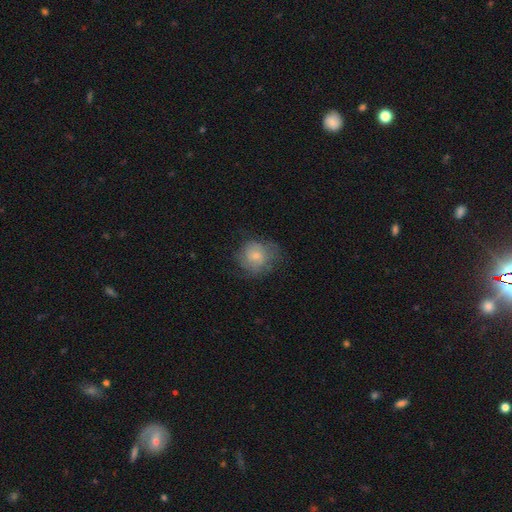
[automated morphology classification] Smooth or featured? Predicted: smooth (p=0.65). How rounded? Predicted: round (p=0.80). Merging? Predicted: none (p=0.58).